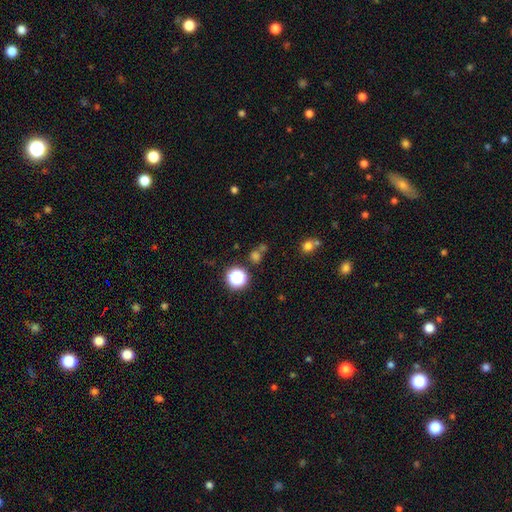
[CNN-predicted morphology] Q: Smooth or featured?
A: smooth (57%); runner-up: star or artifact (35%)
Q: How rounded?
A: round (82%); runner-up: in between (17%)
Q: Merging?
A: none (62%); runner-up: merger (23%)